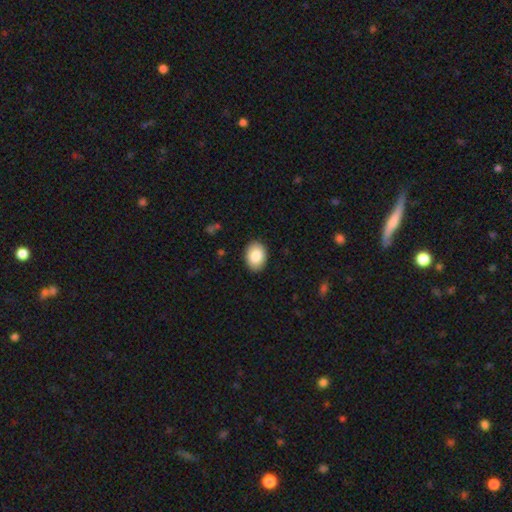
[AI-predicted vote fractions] smooth 86%, featured or disk 7%, star or artifact 7%. Down the decision tree: how rounded — in between (80%); merging — none (90%).